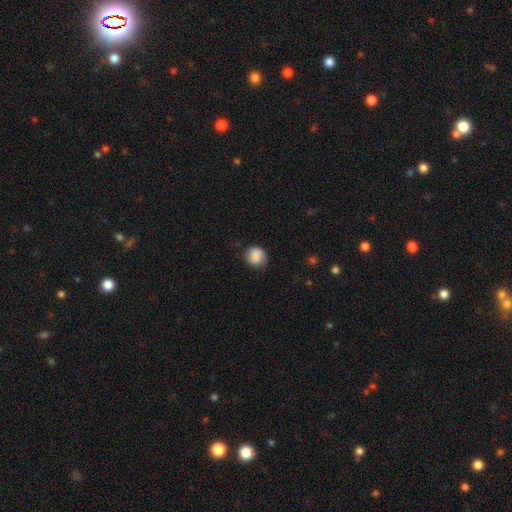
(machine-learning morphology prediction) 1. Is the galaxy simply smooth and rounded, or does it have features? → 82% smooth, 10% featured or disk, 8% star or artifact.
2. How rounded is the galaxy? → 82% round, 17% in between, 1% cigar-shaped.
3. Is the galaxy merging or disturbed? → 74% none, 19% minor disturbance, 5% major disturbance, 1% merger.